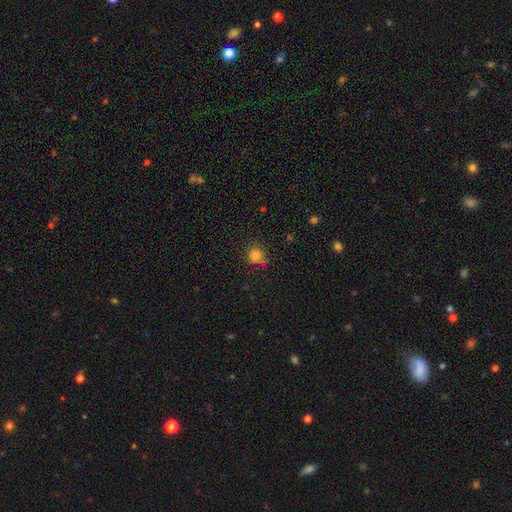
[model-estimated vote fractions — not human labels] This is clearly a smooth galaxy (82%). How rounded: clearly round (88%). Merging: likely none (72%).